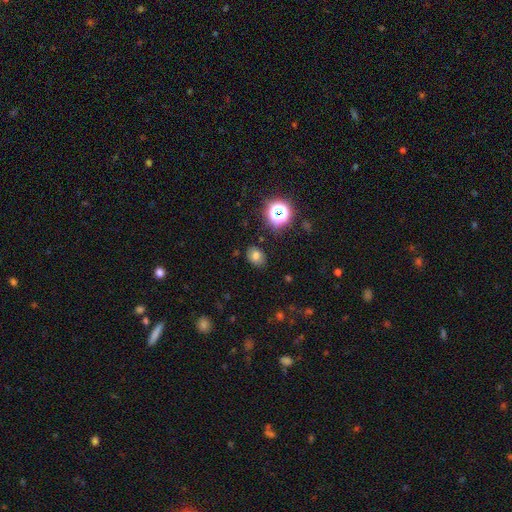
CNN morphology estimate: smooth 73%, star or artifact 17%, featured or disk 10%. Down the decision tree: how rounded — in between (57%); merging — none (84%).